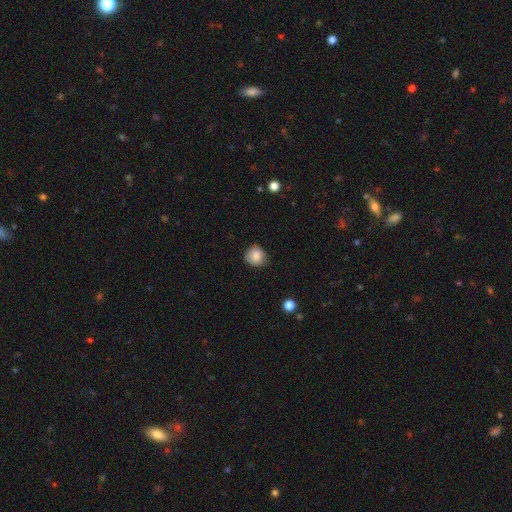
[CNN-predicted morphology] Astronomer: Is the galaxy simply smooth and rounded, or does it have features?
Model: smooth — 86%.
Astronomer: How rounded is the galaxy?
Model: round — 85%.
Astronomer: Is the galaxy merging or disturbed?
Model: none — 77%.